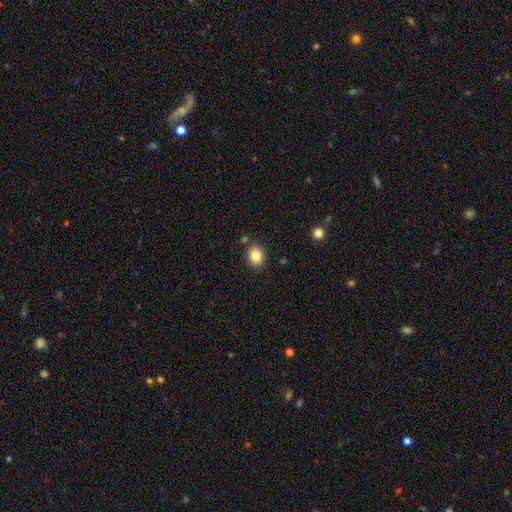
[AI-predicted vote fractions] smooth-or-featured: smooth: 86% | star or artifact: 9% | featured or disk: 6%
  how-rounded: round: 50% | in between: 49% | cigar-shaped: 1%
  merging: none: 84% | minor disturbance: 9% | merger: 4% | major disturbance: 2%